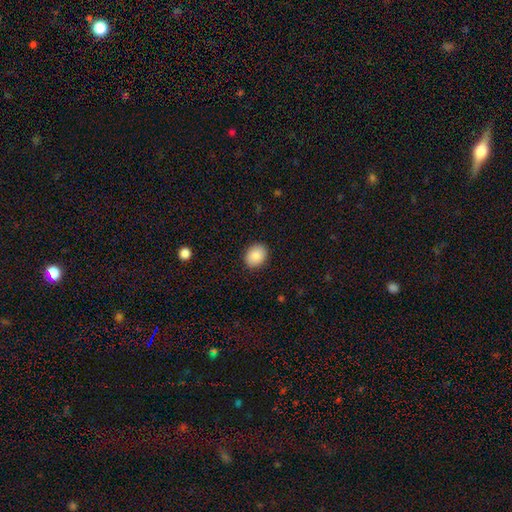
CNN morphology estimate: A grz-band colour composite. It shows a smooth galaxy with no disk features (88%) that is in between round and cigar-shaped (58%). Merging: none (89%).